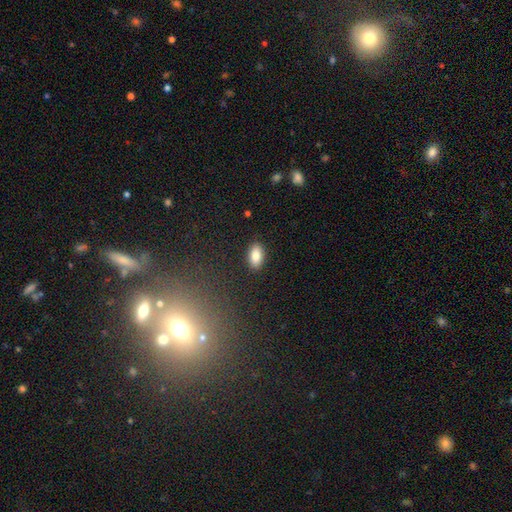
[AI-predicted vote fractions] The model was most divided on "smooth or featured": smooth: 85%, star or artifact: 8%, featured or disk: 8%. More confident: how rounded — in between (92%); merging — none (89%).